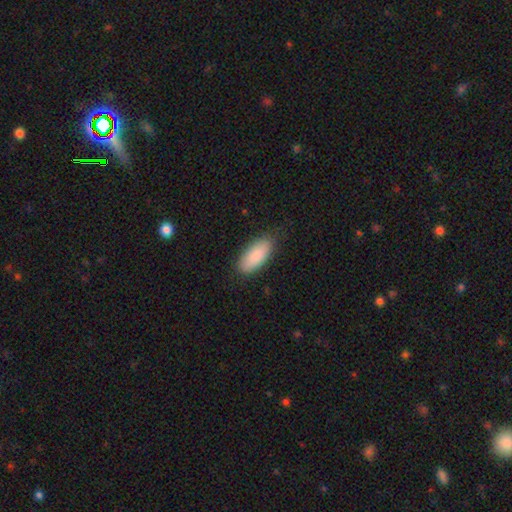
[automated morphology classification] The model was most divided on "merging": none: 81%, minor disturbance: 15%, major disturbance: 3%, merger: 1%. More confident: smooth or featured — smooth (89%); how rounded — in between (86%).